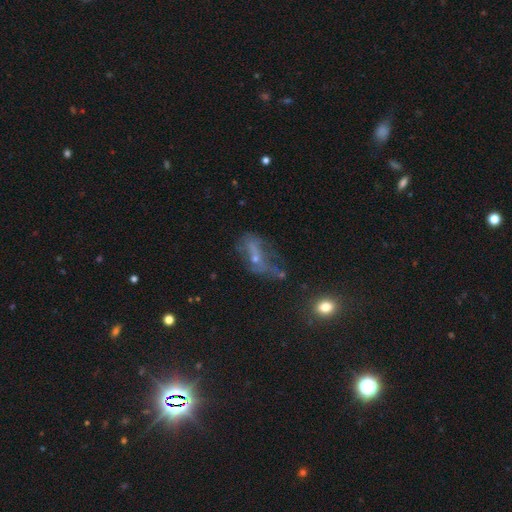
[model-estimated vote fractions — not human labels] featured or disk 48%, smooth 30%, star or artifact 21%. Down the decision tree: merging — major disturbance (40%).